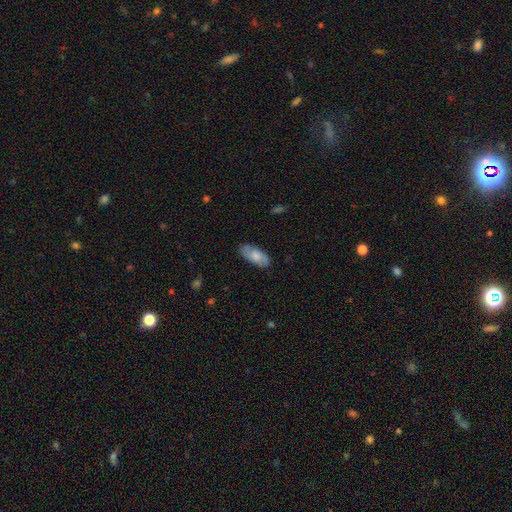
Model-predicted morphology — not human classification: This appears to be a smooth galaxy with no disk features (70%) that is in between round and cigar-shaped (86%). Merging: none (81%).